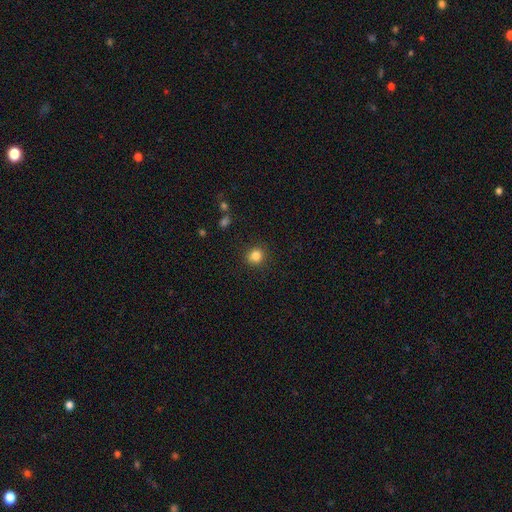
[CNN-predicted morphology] type=smooth (84%); roundness=round (84%); merging=none (88%).